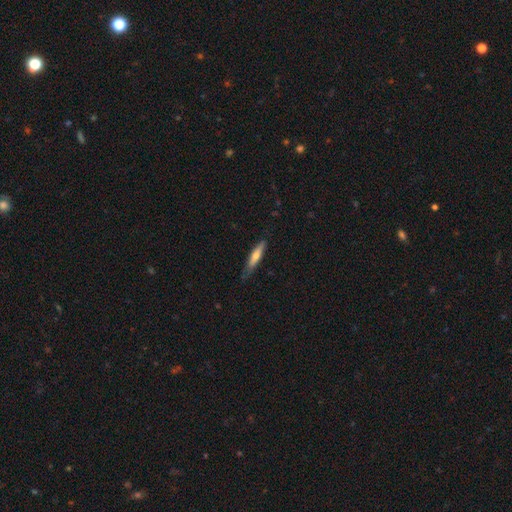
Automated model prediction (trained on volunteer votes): Smooth or featured? Predicted: smooth (p=0.64). How rounded? Predicted: cigar-shaped (p=0.86). Merging? Predicted: none (p=0.71).